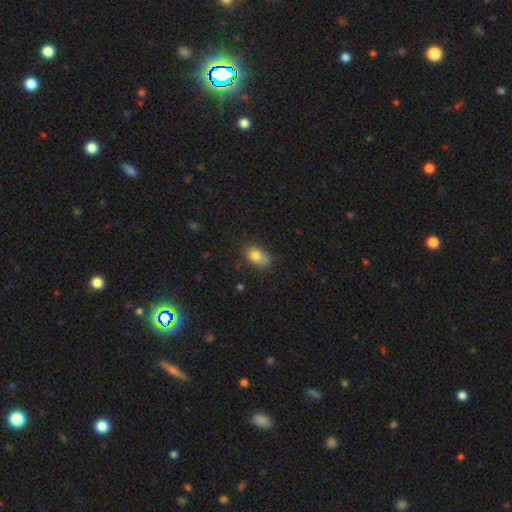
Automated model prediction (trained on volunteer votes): smooth 81%, featured or disk 10%, star or artifact 9%. Down the decision tree: how rounded — in between (83%); merging — none (62%).